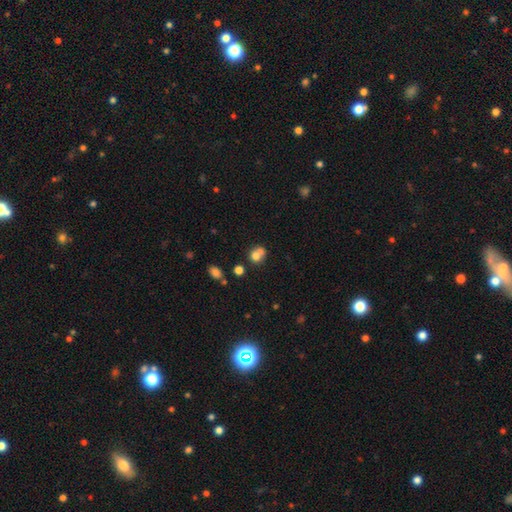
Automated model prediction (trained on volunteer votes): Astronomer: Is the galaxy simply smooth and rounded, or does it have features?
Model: smooth — 73%.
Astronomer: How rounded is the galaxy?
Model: round — 71%.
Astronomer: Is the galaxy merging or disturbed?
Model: merger — 47% (runner-up: none, 37%).